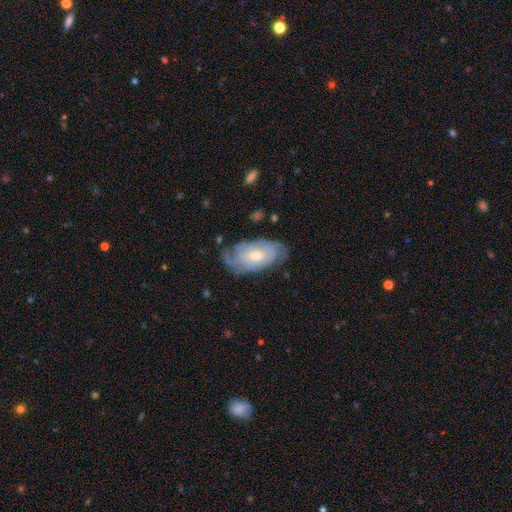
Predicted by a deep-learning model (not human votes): smooth-or-featured: featured or disk: 75% | smooth: 19% | star or artifact: 6%
  disk-edge-on: no: 93% | yes: 7%
    bar: no: 64% | weak: 30% | strong: 6%
    has-spiral-arms: yes: 88% | no: 12%
      spiral-winding: tight: 65% | medium: 27% | loose: 8%
      spiral-arm-count: can't tell: 49% | 2: 22% | 3: 14% | 4: 7% | 1: 4% | more than 4: 4%
    bulge-size: moderate: 63% | small: 30% | large: 4% | none: 1% | dominant: 1%
  merging: none: 68% | minor disturbance: 23% | major disturbance: 7% | merger: 2%